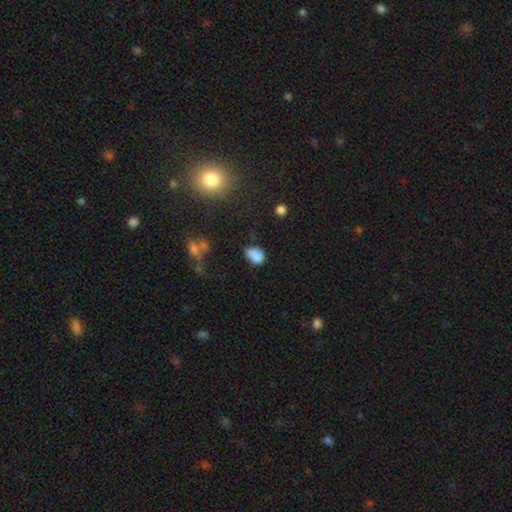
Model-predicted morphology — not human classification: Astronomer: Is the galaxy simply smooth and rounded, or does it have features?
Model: smooth — 75%.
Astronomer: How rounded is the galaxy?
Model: in between — 67%.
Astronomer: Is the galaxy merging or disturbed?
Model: none — 35% (runner-up: merger, 26%).